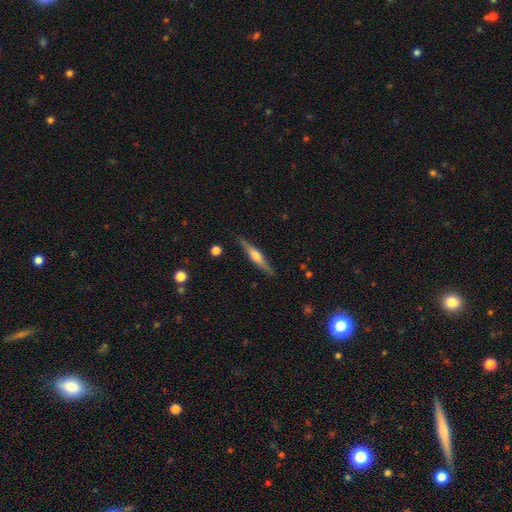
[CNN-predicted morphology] Smooth or featured?
  - featured or disk: 60% *
  - smooth: 34%
  - star or artifact: 6%
Edge-on disk?
  - yes: 96% *
  - no: 4%
Edge-on bulge?
  - rounded: 81% *
  - boxy: 10%
  - none: 10%
Merging?
  - none: 88% *
  - minor disturbance: 9%
  - major disturbance: 2%
  - merger: 1%